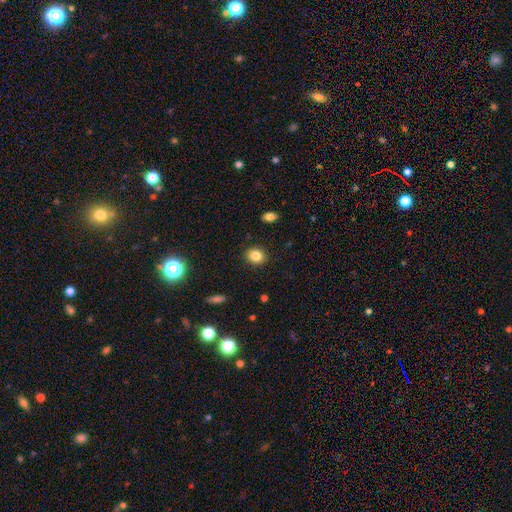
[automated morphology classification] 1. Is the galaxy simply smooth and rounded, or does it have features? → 86% smooth, 10% star or artifact, 5% featured or disk.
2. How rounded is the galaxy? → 63% round, 36% in between, 1% cigar-shaped.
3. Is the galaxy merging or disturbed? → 89% none, 7% minor disturbance, 2% major disturbance, 1% merger.